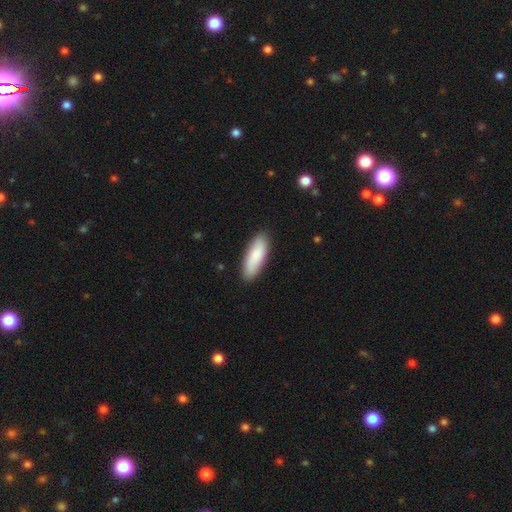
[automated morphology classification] type=smooth (82%); roundness=in between (62%); merging=none (87%).